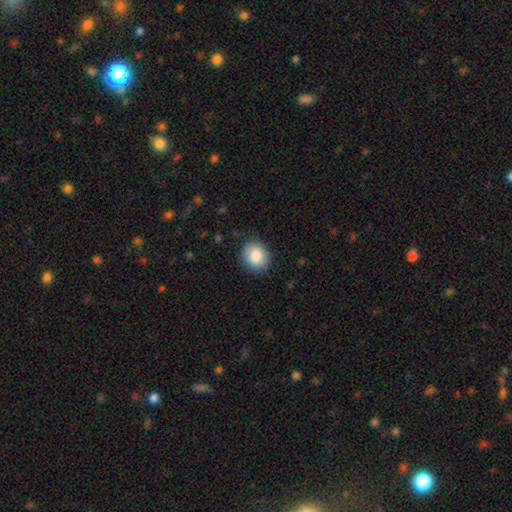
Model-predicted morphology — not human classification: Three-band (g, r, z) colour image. It shows a smooth galaxy with no disk features (85%) that is round (69%). Merging: none (87%).